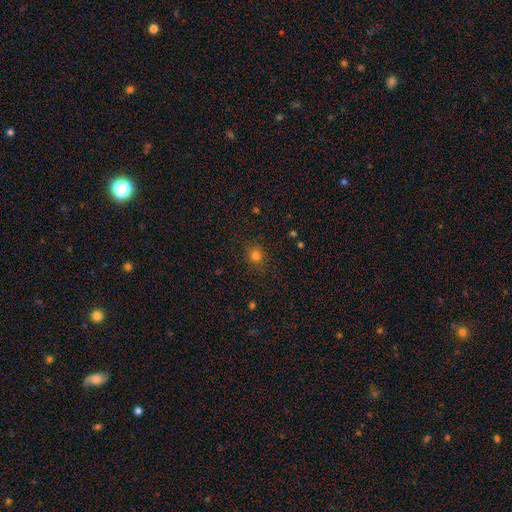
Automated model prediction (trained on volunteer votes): Morphology: type=smooth (79%); roundness=round (82%); merging=none (87%).